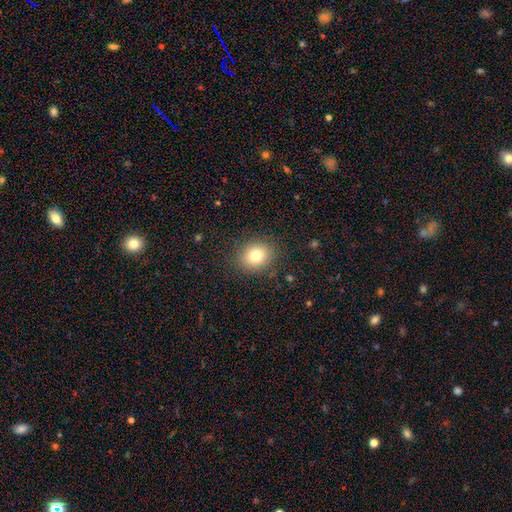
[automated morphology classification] smooth-or-featured: smooth: 78% | star or artifact: 12% | featured or disk: 10%
  how-rounded: round: 70% | in between: 30% | cigar-shaped: 1%
  merging: none: 87% | minor disturbance: 9% | major disturbance: 3% | merger: 1%